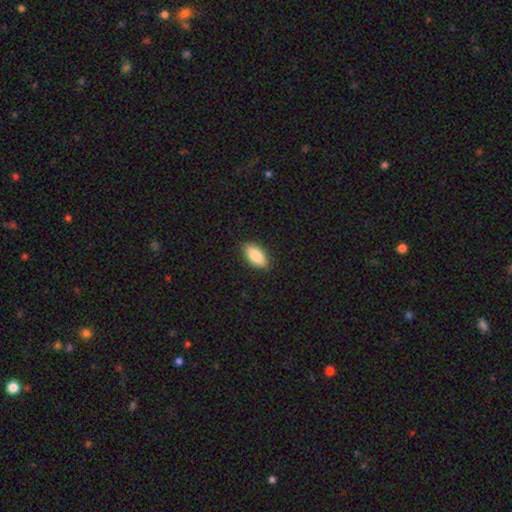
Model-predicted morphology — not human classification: Smooth or featured?
  - smooth: 86% *
  - featured or disk: 7%
  - star or artifact: 6%
How rounded?
  - in between: 90% *
  - cigar-shaped: 7%
  - round: 3%
Merging?
  - none: 89% *
  - minor disturbance: 8%
  - major disturbance: 2%
  - merger: 1%